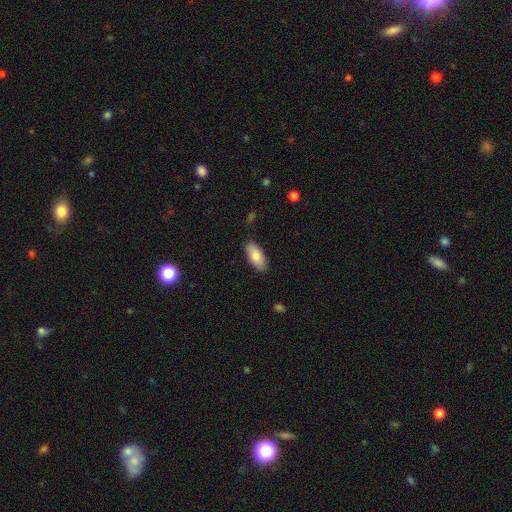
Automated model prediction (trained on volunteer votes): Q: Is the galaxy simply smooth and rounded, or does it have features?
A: smooth — 80%.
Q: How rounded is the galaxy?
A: in between — 91%.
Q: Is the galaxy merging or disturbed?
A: none — 86%.